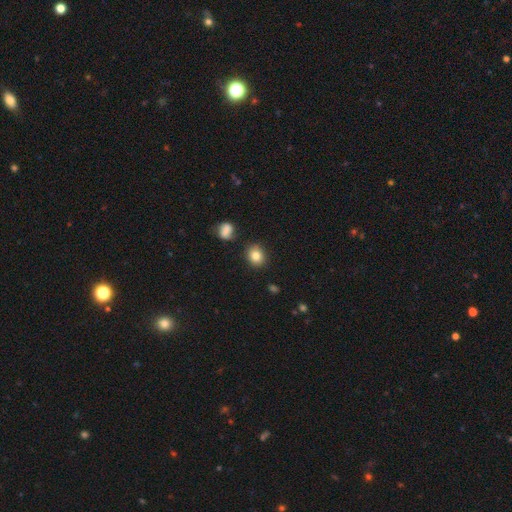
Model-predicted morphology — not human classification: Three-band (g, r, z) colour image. It shows a smooth galaxy with no disk features (84%) that is round (64%). Merging: none (84%).